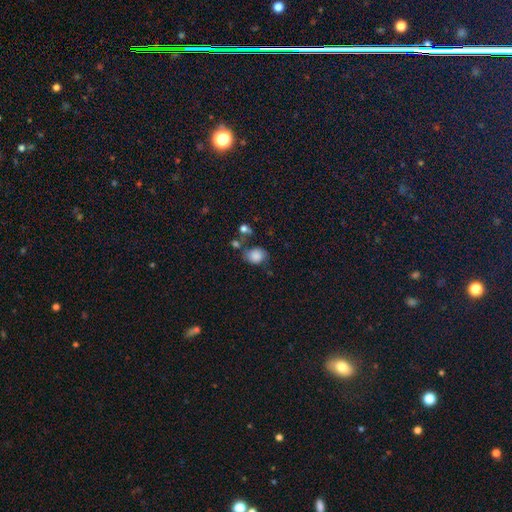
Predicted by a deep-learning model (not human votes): A smooth galaxy with no disk features (84%) that is round (51%). Merging: none (58%).